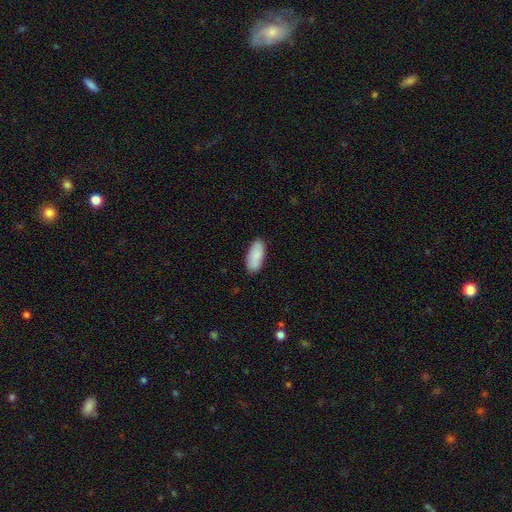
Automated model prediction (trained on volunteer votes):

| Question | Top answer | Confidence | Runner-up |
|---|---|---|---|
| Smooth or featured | smooth | 85% | featured or disk (9%) |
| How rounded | in between | 88% | cigar-shaped (10%) |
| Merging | none | 85% | minor disturbance (12%) |